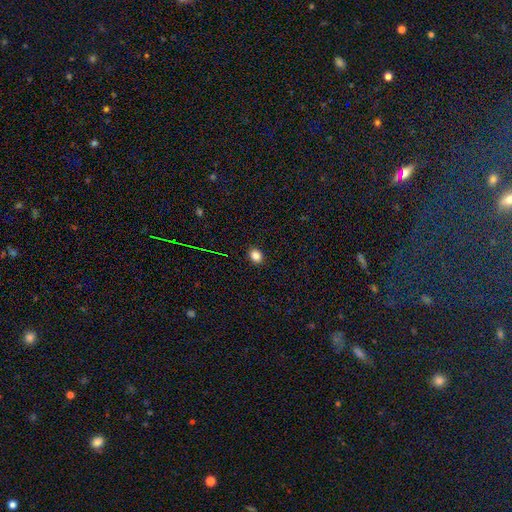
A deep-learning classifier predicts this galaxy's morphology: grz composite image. It shows a smooth galaxy with no disk features (84%) that is in between round and cigar-shaped (50%). Merging: none (91%).